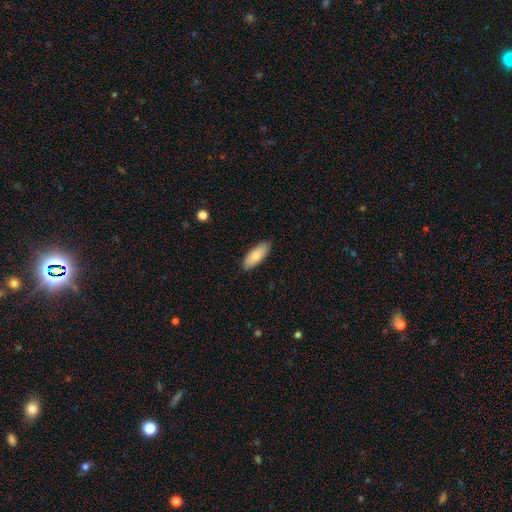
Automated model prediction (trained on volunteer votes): A smooth galaxy with no disk features (82%) that is in between round and cigar-shaped (76%).

Vote fractions:
- Smooth or featured? smooth: 82% / featured or disk: 13% / star or artifact: 6%
- How rounded? in between: 76% / cigar-shaped: 22% / round: 2%
- Merging? none: 88% / minor disturbance: 10% / major disturbance: 2% / merger: 1%